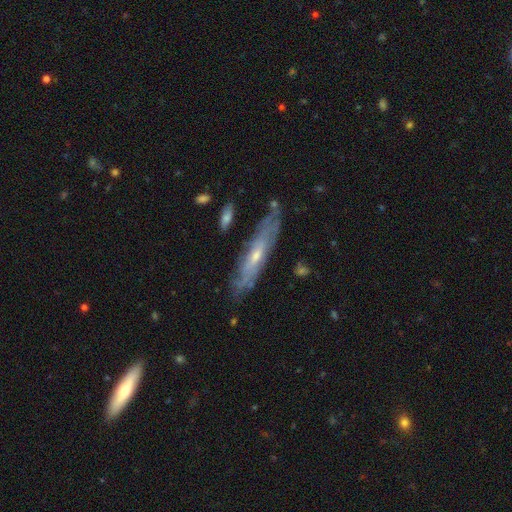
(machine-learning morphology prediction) smooth-or-featured: featured or disk: 69% | smooth: 24% | star or artifact: 7%
  disk-edge-on: yes: 54% | no: 46%
  merging: none: 76% | minor disturbance: 17% | major disturbance: 4% | merger: 3%